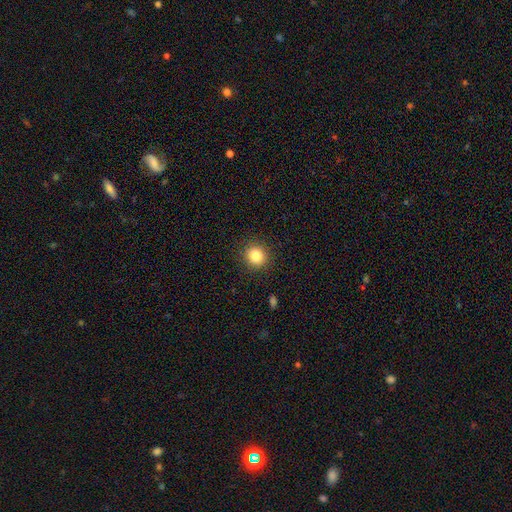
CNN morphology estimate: Smooth or featured? smooth (85%)
How rounded? round (90%)
Merging? none (90%)